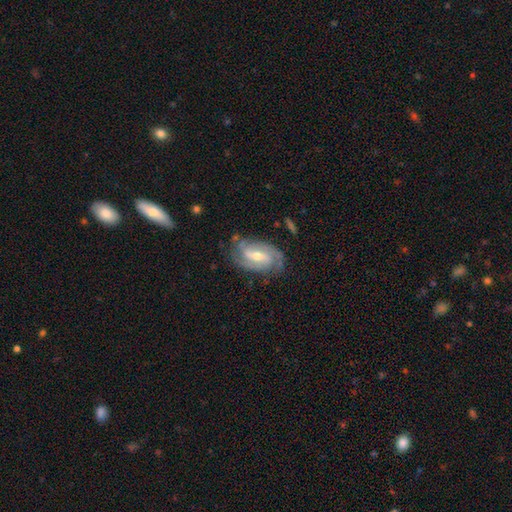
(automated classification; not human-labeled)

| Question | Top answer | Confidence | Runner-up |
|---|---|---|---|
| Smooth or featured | featured or disk | 87% | smooth (7%) |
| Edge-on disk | no | 96% | yes (4%) |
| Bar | weak | 46% | no (28%) |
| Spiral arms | yes | 97% | no (3%) |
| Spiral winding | tight | 51% | medium (39%) |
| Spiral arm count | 2 | 48% | 3 (26%) |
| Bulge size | moderate | 56% | small (41%) |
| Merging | none | 76% | minor disturbance (17%) |